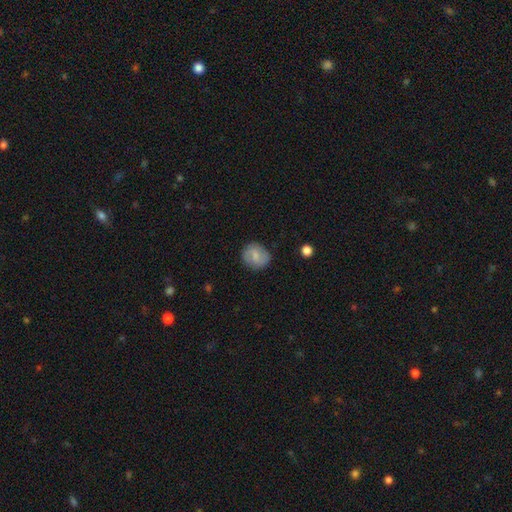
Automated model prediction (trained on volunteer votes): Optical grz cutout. It shows a smooth galaxy with no disk features (53%) that is round (76%). Merging: none (83%).